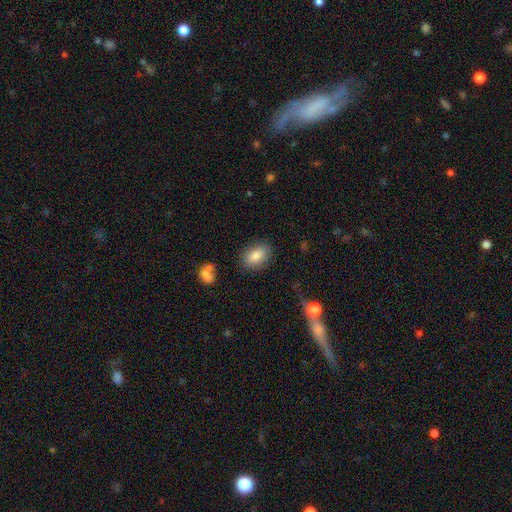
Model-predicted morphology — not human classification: A smooth galaxy with no disk features (84%) that is in between round and cigar-shaped (85%).

Vote fractions:
- Smooth or featured? smooth: 84% / featured or disk: 8% / star or artifact: 8%
- How rounded? in between: 85% / round: 13% / cigar-shaped: 2%
- Merging? none: 82% / minor disturbance: 13% / major disturbance: 4% / merger: 2%